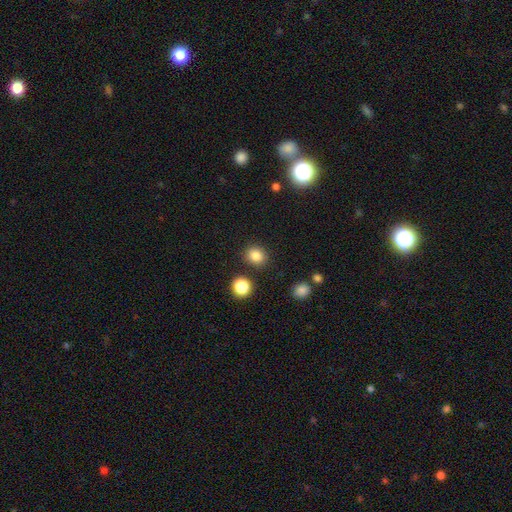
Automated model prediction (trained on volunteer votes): The model was most divided on "how rounded": round: 80%, in between: 19%, cigar-shaped: 1%. More confident: merging — none (87%); smooth or featured — smooth (84%).